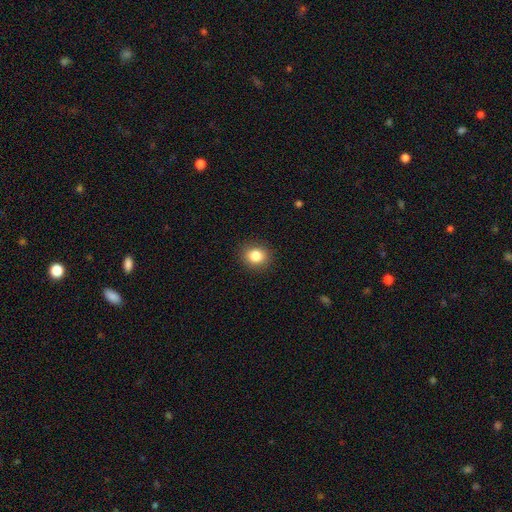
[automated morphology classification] This appears to be a smooth galaxy with no disk features (84%) that is round (76%). Merging: none (90%).